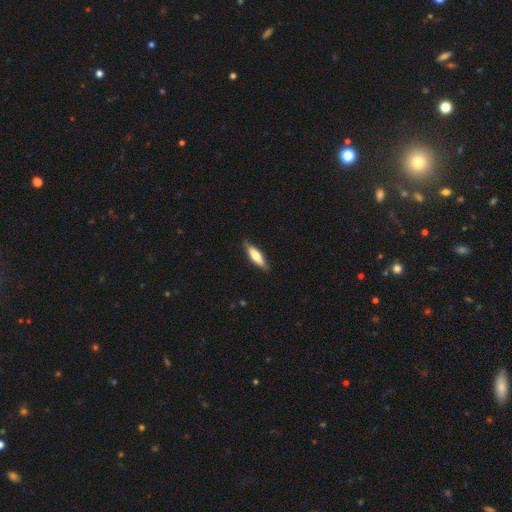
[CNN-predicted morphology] This is likely a smooth galaxy (62%). How rounded: possibly cigar-shaped (59%). Merging: clearly none (86%).